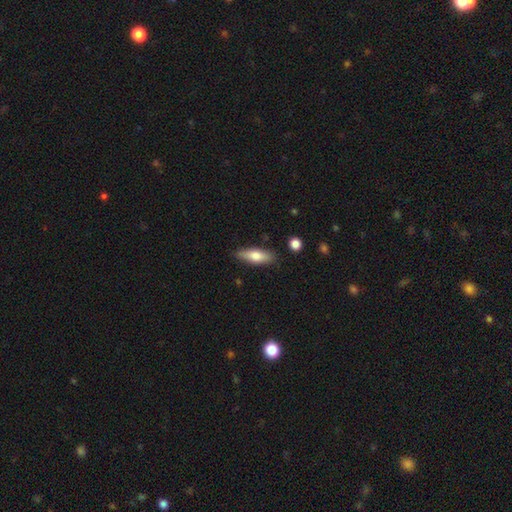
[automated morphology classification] smooth 68%, featured or disk 26%, star or artifact 6%. Down the decision tree: how rounded — in between (51%); merging — none (84%).